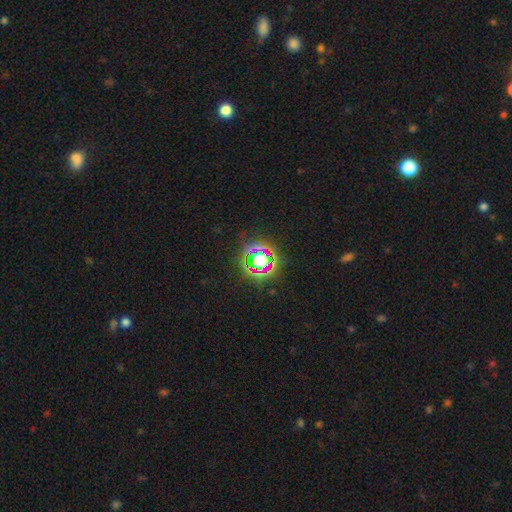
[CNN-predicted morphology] Smooth or featured: star or artifact — 81% (smooth — 12%)